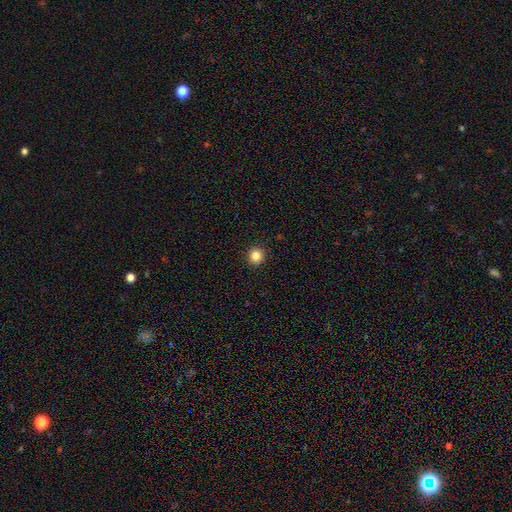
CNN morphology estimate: Smooth or featured? smooth (84%)
How rounded? round (92%)
Merging? none (93%)